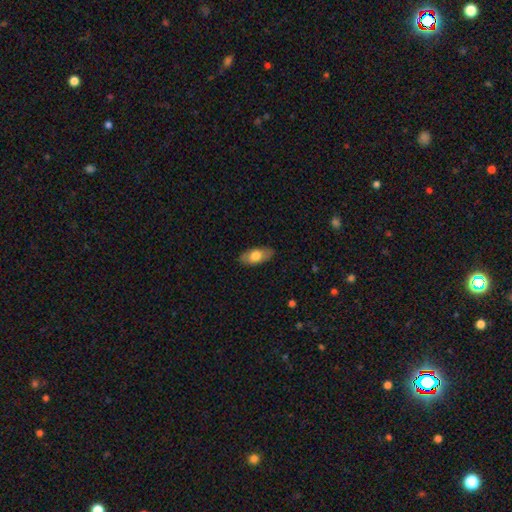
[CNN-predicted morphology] smooth-or-featured: smooth: 69% | featured or disk: 25% | star or artifact: 6%
  how-rounded: in between: 89% | cigar-shaped: 8% | round: 3%
  merging: none: 85% | minor disturbance: 11% | major disturbance: 2% | merger: 1%